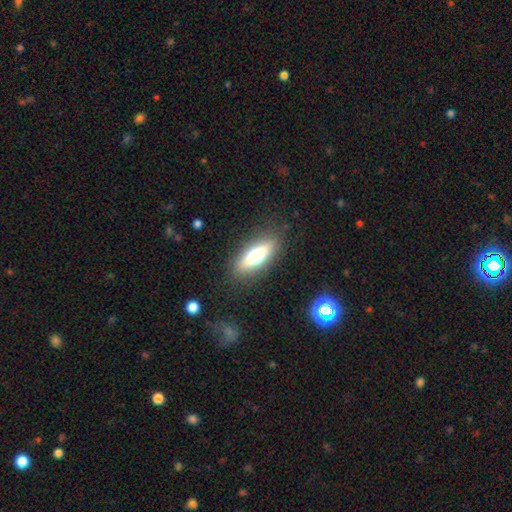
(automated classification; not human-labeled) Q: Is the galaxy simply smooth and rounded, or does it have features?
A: smooth — 63%.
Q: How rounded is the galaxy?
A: in between — 60%.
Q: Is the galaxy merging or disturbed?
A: none — 85%.